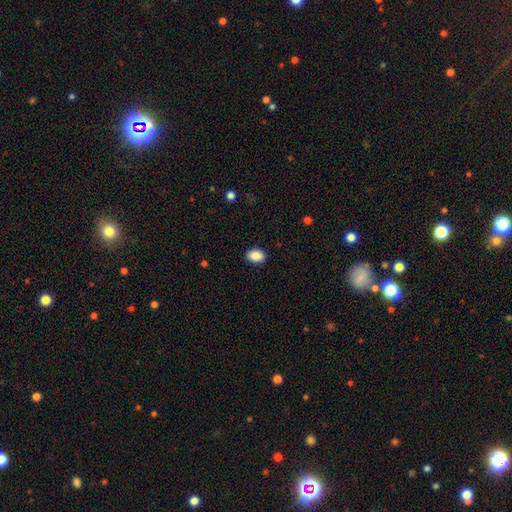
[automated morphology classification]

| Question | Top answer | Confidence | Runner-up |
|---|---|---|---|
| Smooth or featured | smooth | 89% | star or artifact (7%) |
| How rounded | in between | 83% | round (16%) |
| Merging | none | 89% | minor disturbance (8%) |